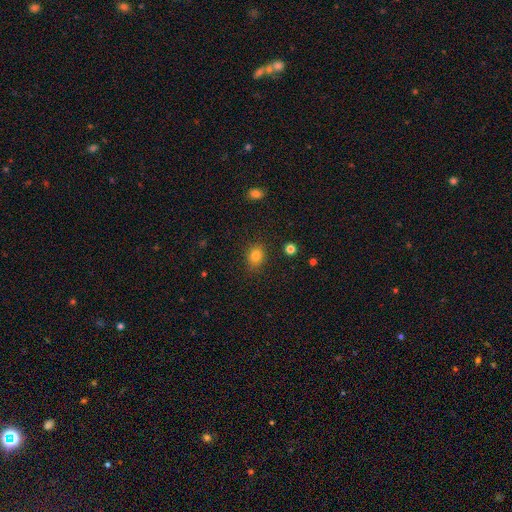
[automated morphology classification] Smooth or featured: smooth — 82% (star or artifact — 12%)
How rounded: round — 63% (in between — 36%)
Merging: none — 86% (minor disturbance — 10%)